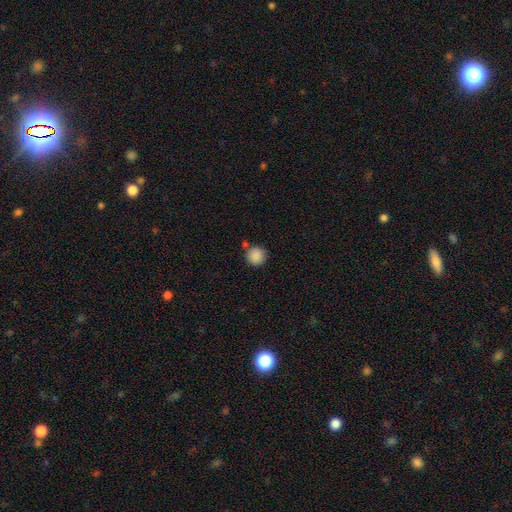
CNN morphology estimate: smooth-or-featured: smooth: 88% | star or artifact: 9% | featured or disk: 3%
  how-rounded: round: 93% | in between: 6% | cigar-shaped: 1%
  merging: none: 76% | minor disturbance: 11% | merger: 10% | major disturbance: 3%